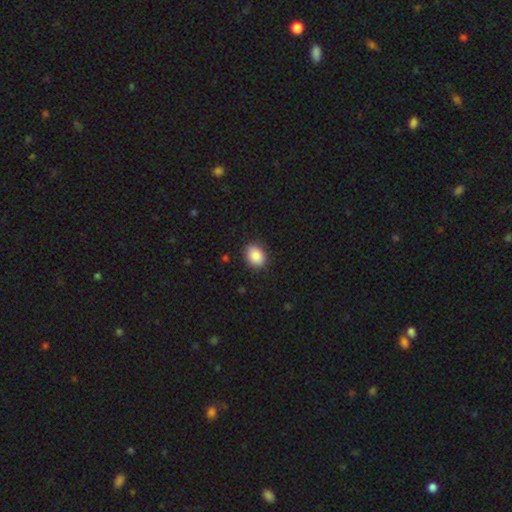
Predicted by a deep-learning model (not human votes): This is clearly a smooth galaxy (89%). How rounded: likely in between (63%). Merging: clearly none (88%).